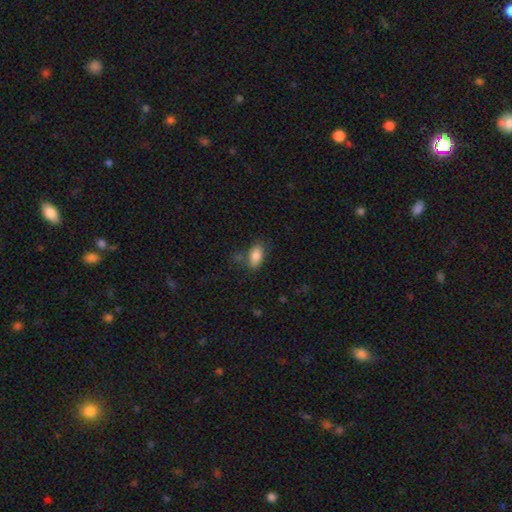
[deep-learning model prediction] Smooth or featured?
  - smooth: 84% *
  - star or artifact: 8%
  - featured or disk: 8%
How rounded?
  - in between: 90% *
  - cigar-shaped: 5%
  - round: 4%
Merging?
  - none: 69% *
  - minor disturbance: 18%
  - merger: 7%
  - major disturbance: 6%